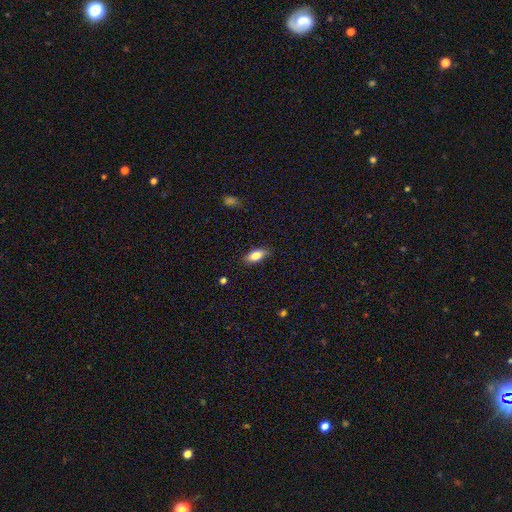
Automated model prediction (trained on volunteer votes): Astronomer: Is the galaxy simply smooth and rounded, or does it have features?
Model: smooth — 82%.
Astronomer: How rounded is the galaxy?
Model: in between — 84%.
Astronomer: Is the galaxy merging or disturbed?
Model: none — 84%.